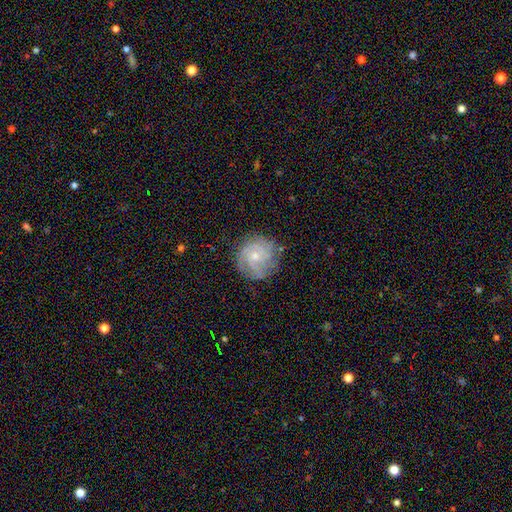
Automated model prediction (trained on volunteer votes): Smooth or featured?
  - featured or disk: 74% *
  - smooth: 18%
  - star or artifact: 7%
Edge-on disk?
  - no: 98% *
  - yes: 2%
Bar?
  - no: 74% *
  - weak: 23%
  - strong: 3%
Spiral arms?
  - yes: 92% *
  - no: 8%
Spiral winding?
  - tight: 68% *
  - medium: 26%
  - loose: 7%
Spiral arm count?
  - can't tell: 34% *
  - 3: 23%
  - 2: 20%
  - 4: 12%
  - more than 4: 6%
  - 1: 6%
Bulge size?
  - small: 57% *
  - moderate: 37%
  - none: 3%
  - large: 2%
  - dominant: 1%
Merging?
  - none: 78% *
  - minor disturbance: 15%
  - major disturbance: 5%
  - merger: 1%